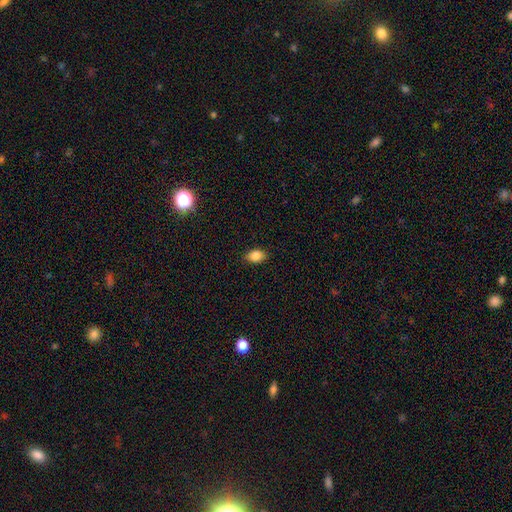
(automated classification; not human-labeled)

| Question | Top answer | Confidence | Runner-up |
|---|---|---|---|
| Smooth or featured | smooth | 86% | star or artifact (9%) |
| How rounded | in between | 80% | round (19%) |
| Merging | none | 88% | minor disturbance (9%) |